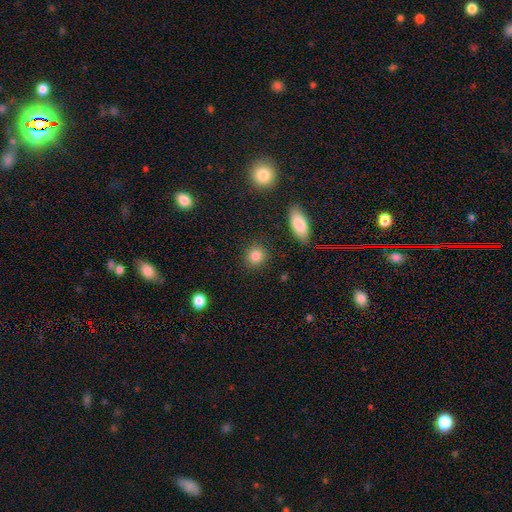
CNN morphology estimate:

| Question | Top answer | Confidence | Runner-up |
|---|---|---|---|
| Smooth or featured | smooth | 85% | star or artifact (10%) |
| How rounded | round | 76% | in between (22%) |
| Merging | none | 87% | minor disturbance (8%) |